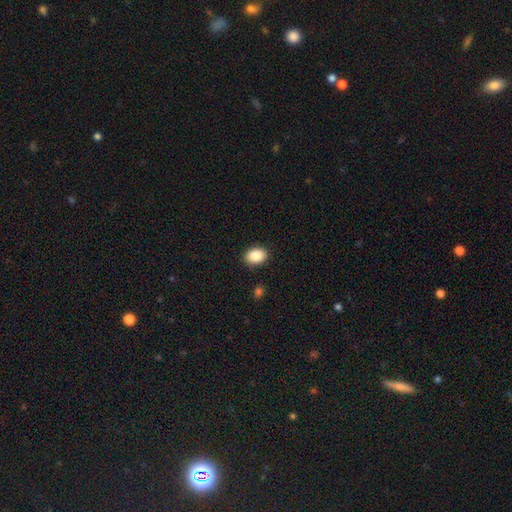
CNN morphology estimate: This appears to be a smooth galaxy with no disk features (86%) that is in between round and cigar-shaped (70%). Merging: none (90%).